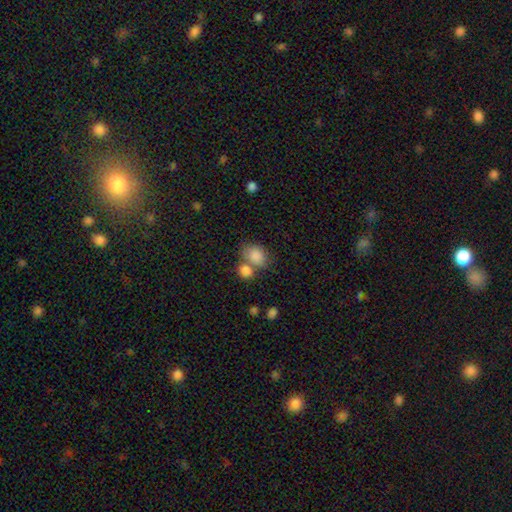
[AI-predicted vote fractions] smooth_or_featured: smooth (p=0.84) [alt: star or artifact p=0.08]
how_rounded: in between (p=0.60) [alt: round p=0.38]
merging: merger (p=0.45) [alt: none p=0.38]